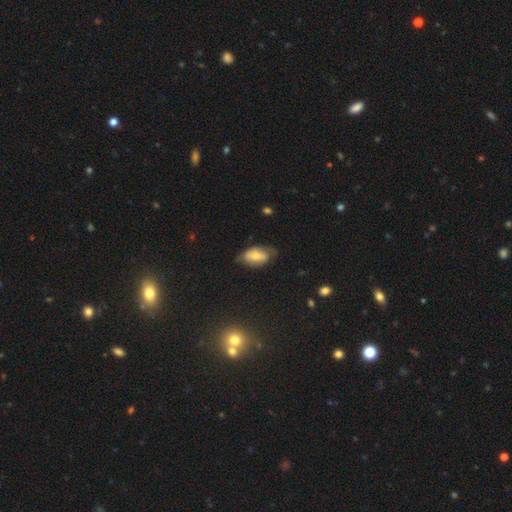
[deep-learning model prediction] Smooth or featured? smooth (53%)
How rounded? in between (91%)
Merging? none (56%)